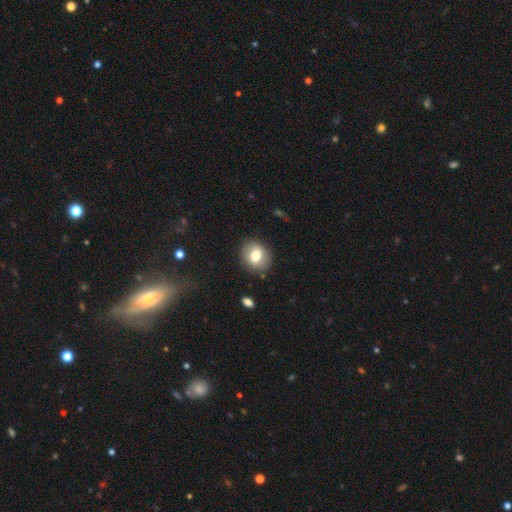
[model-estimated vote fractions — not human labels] This appears to be a smooth galaxy with no disk features (72%) that is round (70%). Merging: none (85%).